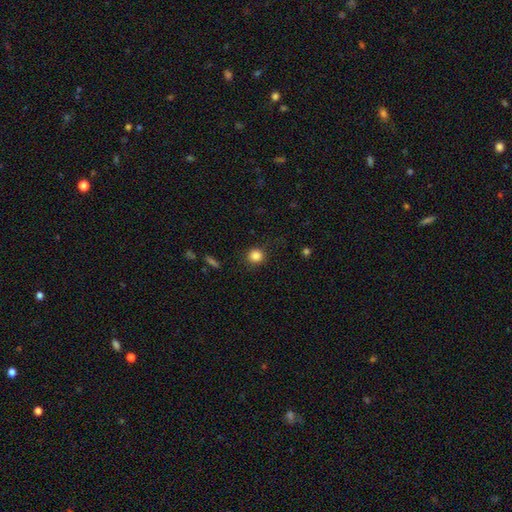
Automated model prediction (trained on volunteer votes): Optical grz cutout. It shows a smooth galaxy with no disk features (85%) that is round (92%). Merging: none (88%).